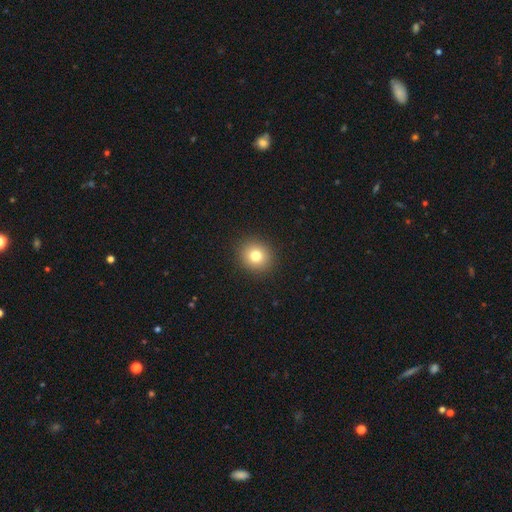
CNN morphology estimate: Smooth or featured: smooth — 78% (star or artifact — 12%)
How rounded: round — 84% (in between — 15%)
Merging: none — 91% (minor disturbance — 5%)